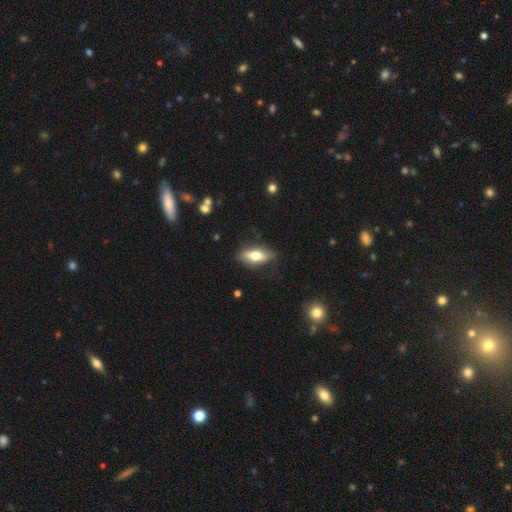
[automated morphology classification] A smooth galaxy with no disk features (65%) that is in between round and cigar-shaped (75%).

Vote fractions:
- Smooth or featured? smooth: 65% / featured or disk: 29% / star or artifact: 6%
- How rounded? in between: 75% / cigar-shaped: 22% / round: 3%
- Merging? none: 80% / minor disturbance: 15% / major disturbance: 3% / merger: 2%